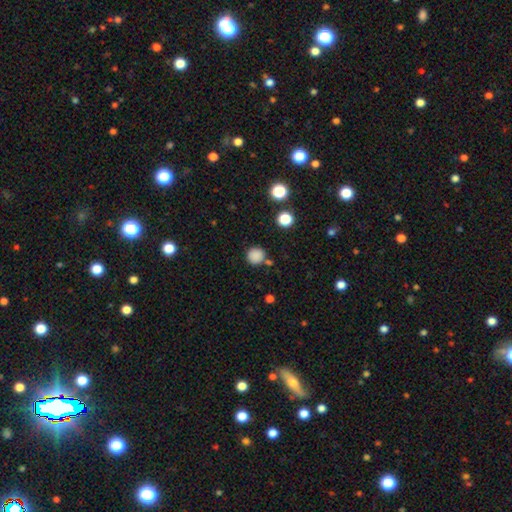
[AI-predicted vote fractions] The model was most divided on "smooth or featured": smooth: 84%, star or artifact: 12%, featured or disk: 4%. More confident: how rounded — round (94%); merging — none (82%).